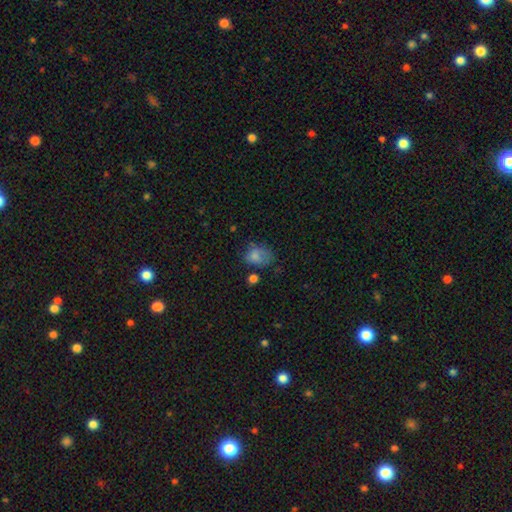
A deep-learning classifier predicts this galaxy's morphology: Q: Smooth or featured?
A: smooth (75%); runner-up: featured or disk (13%)
Q: How rounded?
A: in between (65%); runner-up: round (34%)
Q: Merging?
A: none (40%); runner-up: minor disturbance (31%)